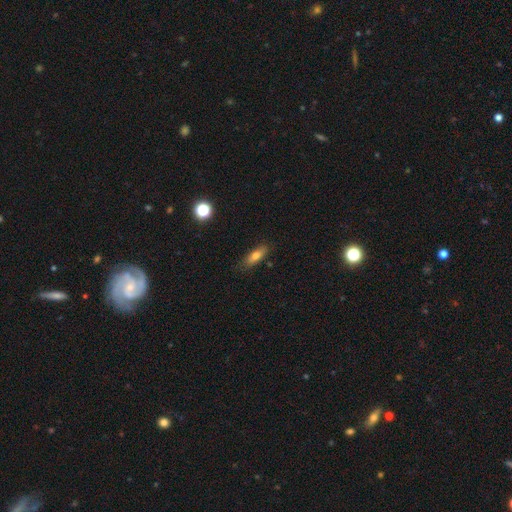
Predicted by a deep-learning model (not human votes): smooth 70%, featured or disk 22%, star or artifact 8%. Down the decision tree: how rounded — in between (51%); merging — none (83%).